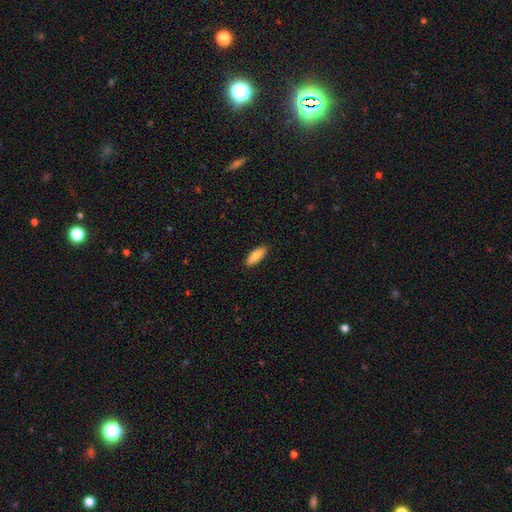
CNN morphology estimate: smooth-or-featured: smooth: 88% | featured or disk: 6% | star or artifact: 6%
  how-rounded: in between: 64% | cigar-shaped: 34% | round: 2%
  merging: none: 89% | minor disturbance: 8% | major disturbance: 2% | merger: 1%